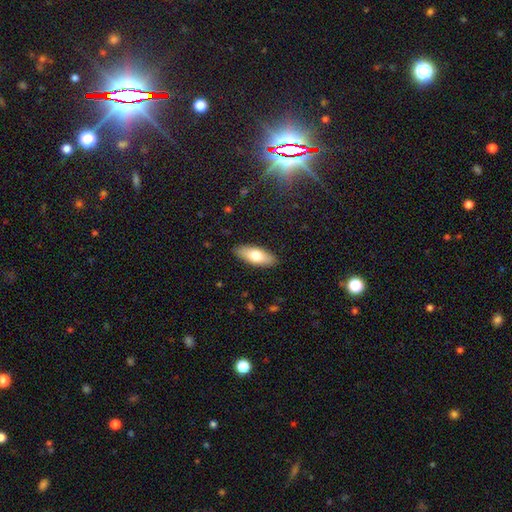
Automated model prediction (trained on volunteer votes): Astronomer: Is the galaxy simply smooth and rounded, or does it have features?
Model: smooth — 70%.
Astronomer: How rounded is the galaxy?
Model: in between — 76%.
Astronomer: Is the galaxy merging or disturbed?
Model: none — 89%.